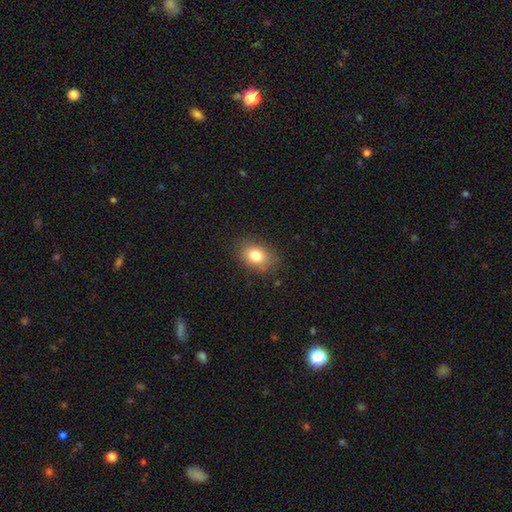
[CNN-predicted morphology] Smooth or featured? Predicted: smooth (p=0.80). How rounded? Predicted: in between (p=0.74). Merging? Predicted: none (p=0.82).